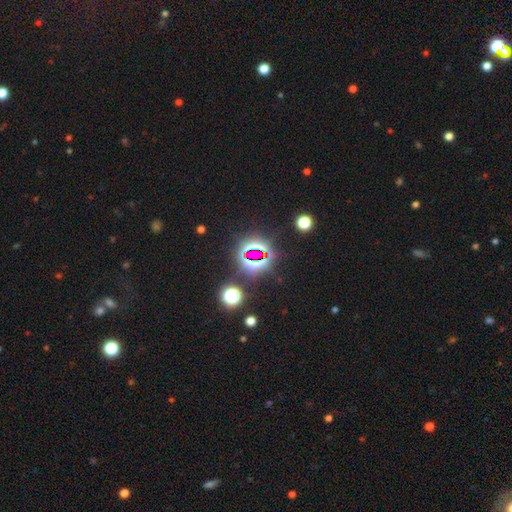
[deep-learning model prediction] A star or artifact, not a galaxy (79%).